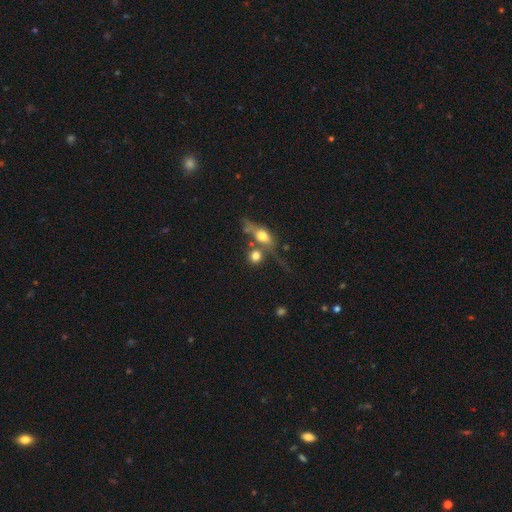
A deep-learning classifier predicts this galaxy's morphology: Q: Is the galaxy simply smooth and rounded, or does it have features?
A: smooth — 71%.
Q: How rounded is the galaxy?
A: round — 76%.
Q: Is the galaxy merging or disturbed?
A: none — 42%.